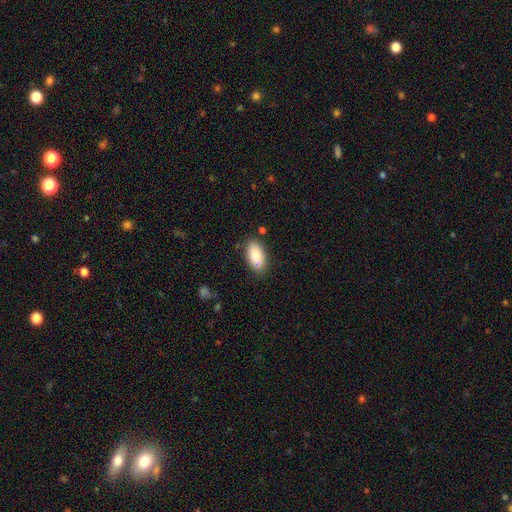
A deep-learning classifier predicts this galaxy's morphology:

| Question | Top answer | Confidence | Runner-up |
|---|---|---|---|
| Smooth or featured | smooth | 86% | featured or disk (8%) |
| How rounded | in between | 93% | cigar-shaped (4%) |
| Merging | none | 83% | minor disturbance (12%) |